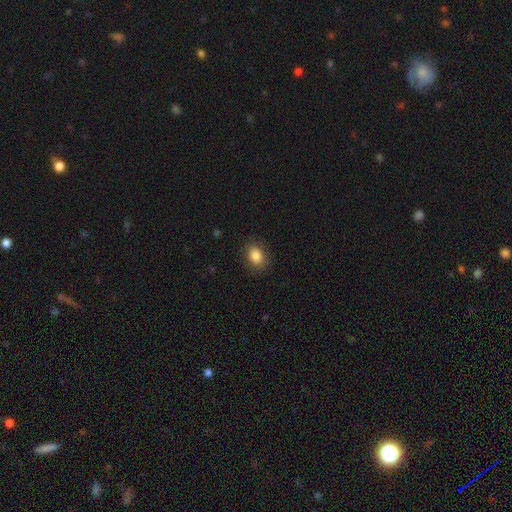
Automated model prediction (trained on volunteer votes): Smooth or featured?
  - smooth: 85% *
  - star or artifact: 9%
  - featured or disk: 6%
How rounded?
  - in between: 64% *
  - round: 35%
  - cigar-shaped: 1%
Merging?
  - none: 86% *
  - minor disturbance: 10%
  - major disturbance: 3%
  - merger: 1%